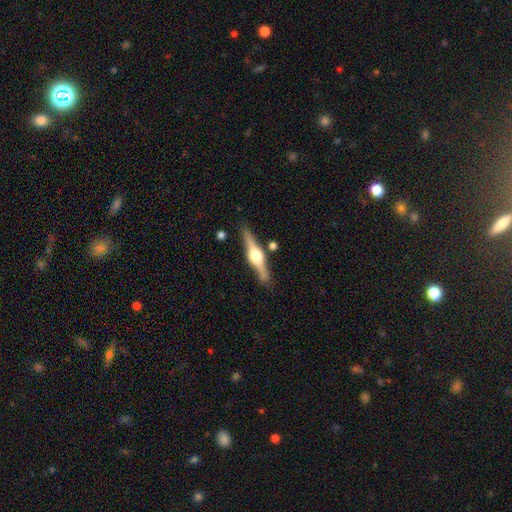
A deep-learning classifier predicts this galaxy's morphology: Q: Smooth or featured?
A: featured or disk (82%); runner-up: smooth (14%)
Q: Edge-on disk?
A: yes (98%); runner-up: no (2%)
Q: Edge-on bulge?
A: rounded (95%); runner-up: boxy (4%)
Q: Merging?
A: none (86%); runner-up: minor disturbance (9%)